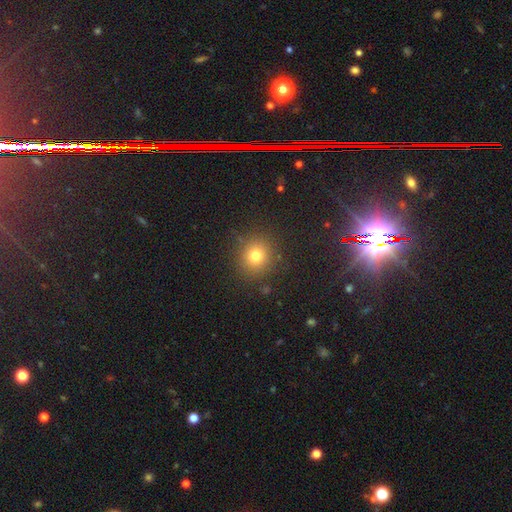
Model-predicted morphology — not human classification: This is likely a smooth galaxy (77%). How rounded: clearly round (88%). Merging: clearly none (88%).